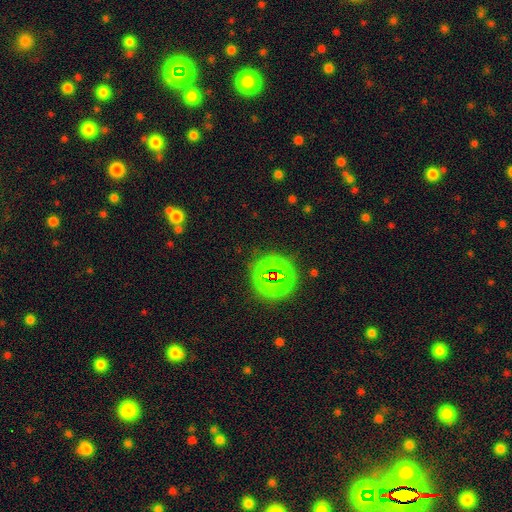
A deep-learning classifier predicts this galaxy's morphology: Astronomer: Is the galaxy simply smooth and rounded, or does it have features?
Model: star or artifact — 73%.